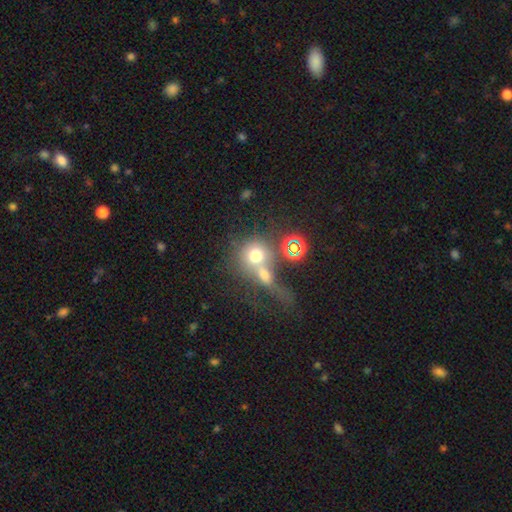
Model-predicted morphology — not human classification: A smooth galaxy with no disk features (61%) that is round (78%).

Vote fractions:
- Smooth or featured? smooth: 61% / featured or disk: 20% / star or artifact: 19%
- How rounded? round: 78% / in between: 20% / cigar-shaped: 2%
- Merging? merger: 56% / none: 25% / major disturbance: 12% / minor disturbance: 8%